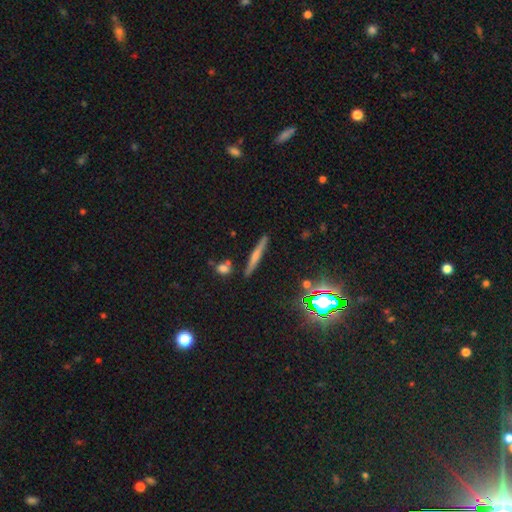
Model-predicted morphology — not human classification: Smooth or featured?
  - smooth: 50% *
  - featured or disk: 38%
  - star or artifact: 12%
How rounded?
  - cigar-shaped: 92% *
  - in between: 5%
  - round: 3%
Merging?
  - none: 85% *
  - minor disturbance: 9%
  - merger: 4%
  - major disturbance: 2%